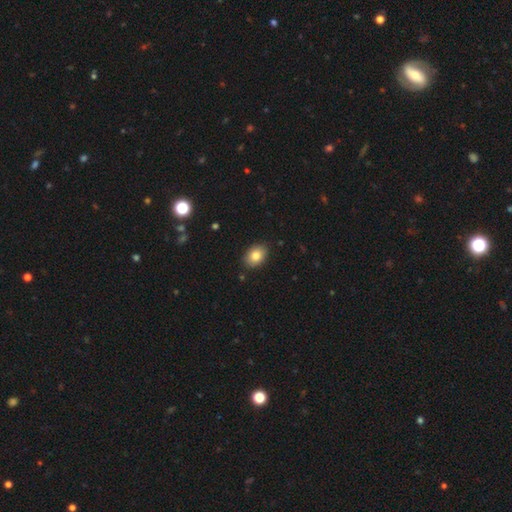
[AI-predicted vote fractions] Smooth or featured: smooth — 84% (featured or disk — 8%)
How rounded: in between — 76% (round — 23%)
Merging: none — 88% (minor disturbance — 9%)